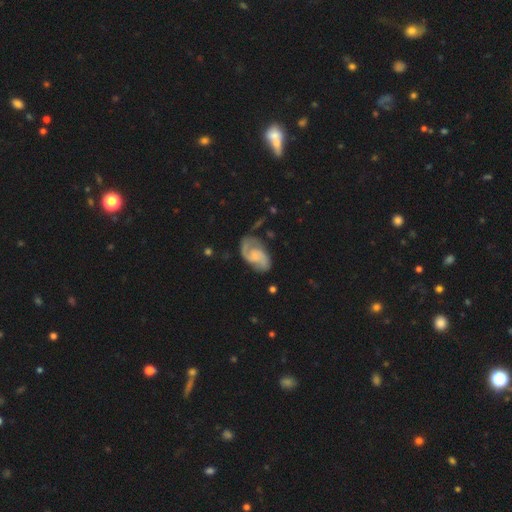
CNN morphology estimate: Q: Smooth or featured?
A: featured or disk (83%); runner-up: smooth (12%)
Q: Edge-on disk?
A: no (98%); runner-up: yes (2%)
Q: Bar?
A: no (55%); runner-up: weak (38%)
Q: Spiral arms?
A: yes (96%); runner-up: no (4%)
Q: Spiral winding?
A: medium (51%); runner-up: tight (25%)
Q: Spiral arm count?
A: 2 (89%); runner-up: can't tell (4%)
Q: Bulge size?
A: none (45%); runner-up: small (27%)
Q: Merging?
A: none (70%); runner-up: minor disturbance (19%)